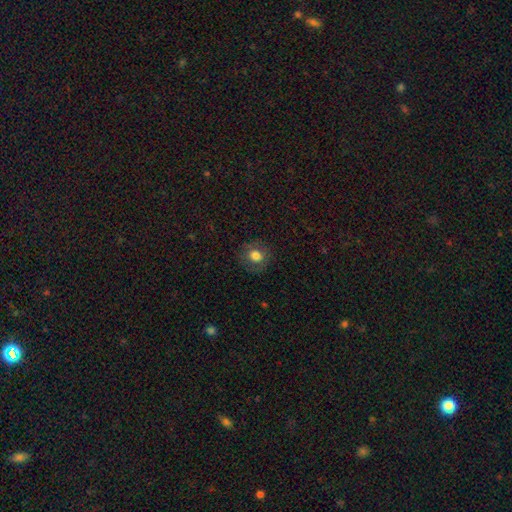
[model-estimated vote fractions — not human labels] smooth 76%, featured or disk 14%, star or artifact 11%. Down the decision tree: how rounded — round (78%); merging — none (84%).